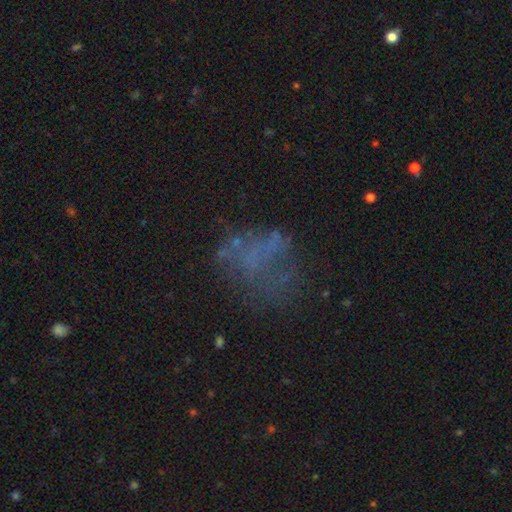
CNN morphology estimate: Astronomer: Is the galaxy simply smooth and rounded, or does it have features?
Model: featured or disk — 41% (runner-up: smooth, 30%).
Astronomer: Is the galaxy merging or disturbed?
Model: none — 52%.